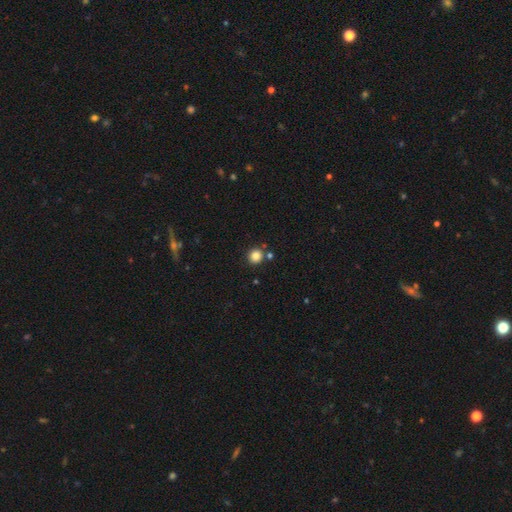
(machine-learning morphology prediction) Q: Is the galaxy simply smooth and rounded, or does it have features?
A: smooth — 84%.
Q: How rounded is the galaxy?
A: round — 92%.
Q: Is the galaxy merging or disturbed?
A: none — 82%.